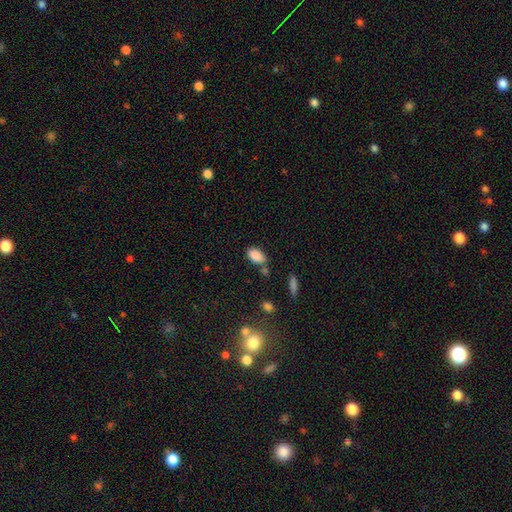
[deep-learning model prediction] Smooth or featured? smooth (86%)
How rounded? in between (91%)
Merging? none (65%)